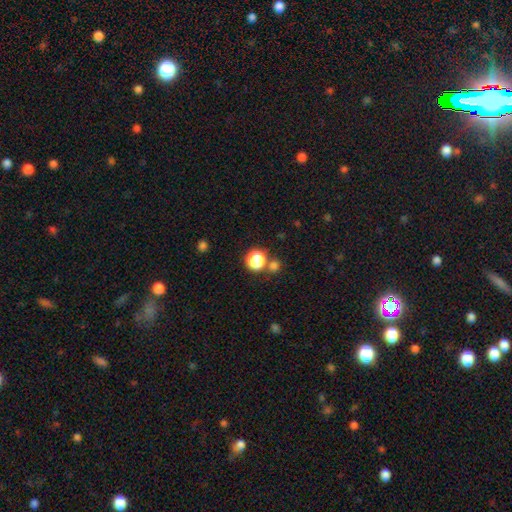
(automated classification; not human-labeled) A star or artifact, not a galaxy (51%).